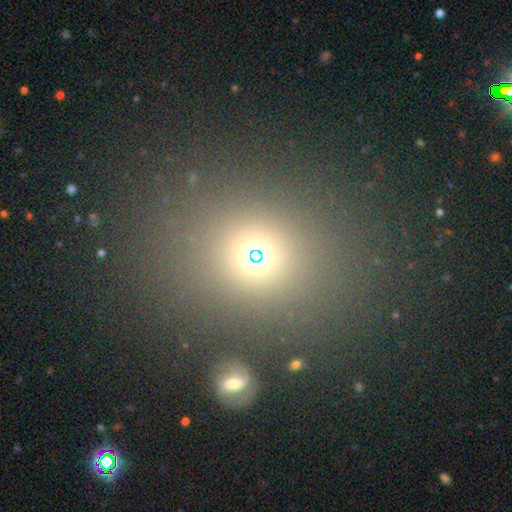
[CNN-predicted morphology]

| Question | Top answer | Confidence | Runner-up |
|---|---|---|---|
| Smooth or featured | smooth | 61% | star or artifact (29%) |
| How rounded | round | 64% | in between (34%) |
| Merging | none | 77% | minor disturbance (10%) |